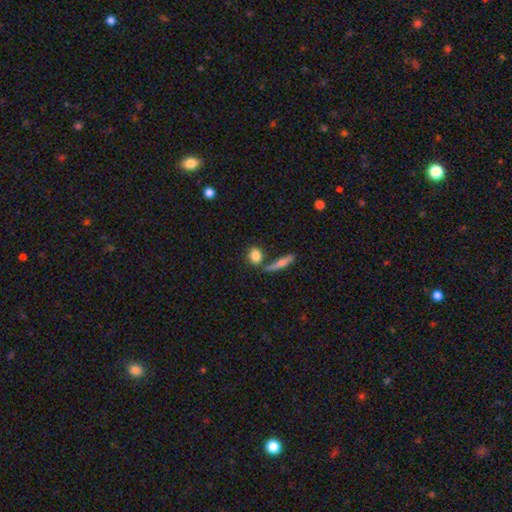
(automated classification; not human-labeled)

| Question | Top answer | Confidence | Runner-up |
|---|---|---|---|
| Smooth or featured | smooth | 80% | featured or disk (11%) |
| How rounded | round | 49% | in between (41%) |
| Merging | none | 57% | merger (24%) |